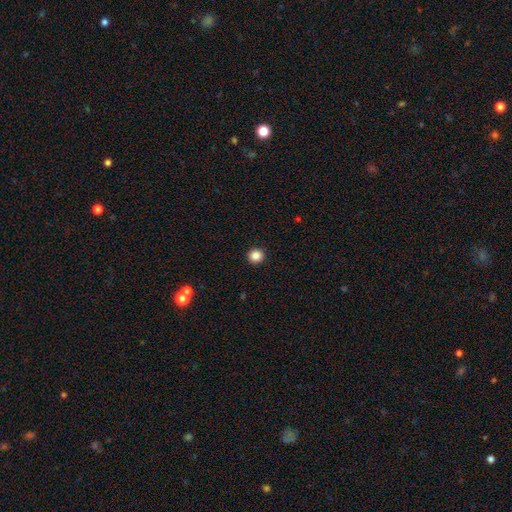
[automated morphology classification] Smooth or featured: smooth — 86% (star or artifact — 10%)
How rounded: round — 94% (in between — 5%)
Merging: none — 94% (minor disturbance — 4%)